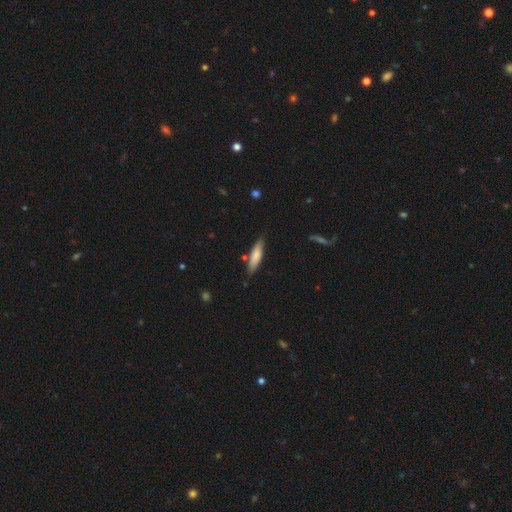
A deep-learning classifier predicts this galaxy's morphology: A smooth galaxy with no disk features (77%) that is cigar-shaped (72%). Merging: none (81%).